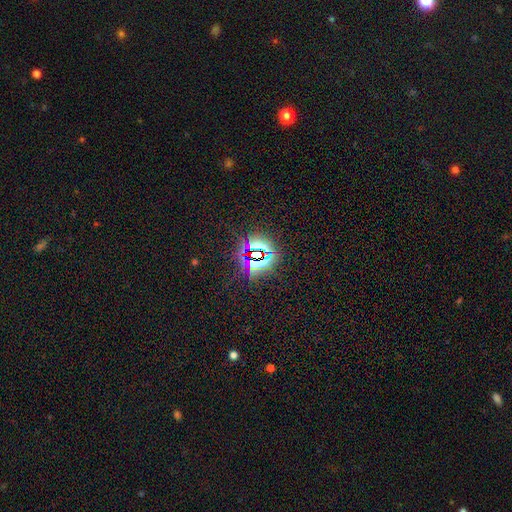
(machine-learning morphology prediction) This appears to be a star or artifact, not a galaxy (79%).